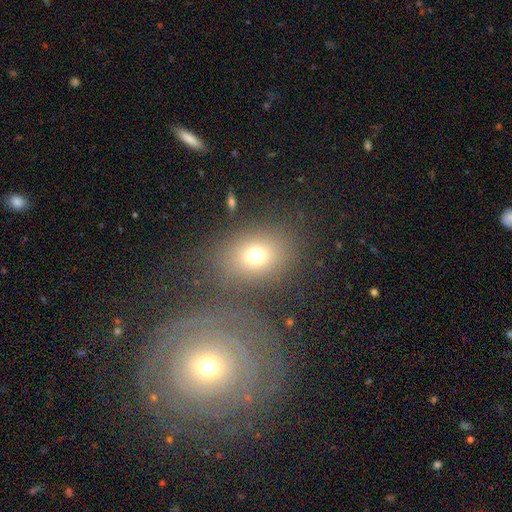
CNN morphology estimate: A smooth galaxy with no disk features (71%) that is in between round and cigar-shaped (58%). Merging: none (70%).